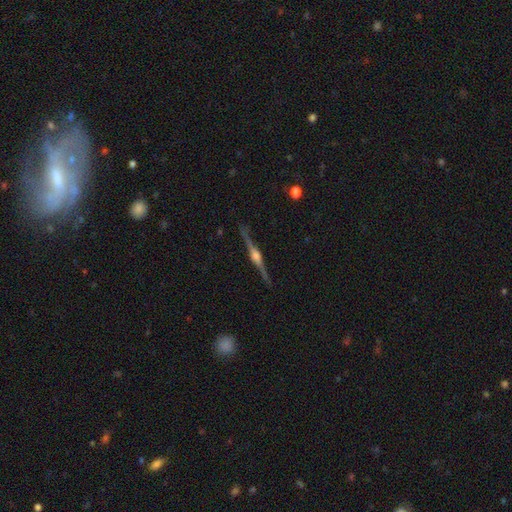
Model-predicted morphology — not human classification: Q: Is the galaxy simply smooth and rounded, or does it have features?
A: featured or disk — 88%.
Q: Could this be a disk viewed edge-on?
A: yes — 98%.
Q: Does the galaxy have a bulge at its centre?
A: rounded — 89%.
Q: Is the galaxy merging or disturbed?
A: none — 90%.